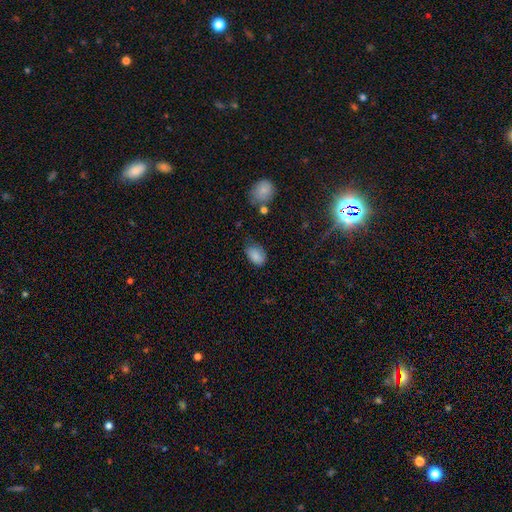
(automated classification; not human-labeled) Overall: smooth (84%). How rounded: in between (85%). Merging: none (62%; minor disturbance 29%).